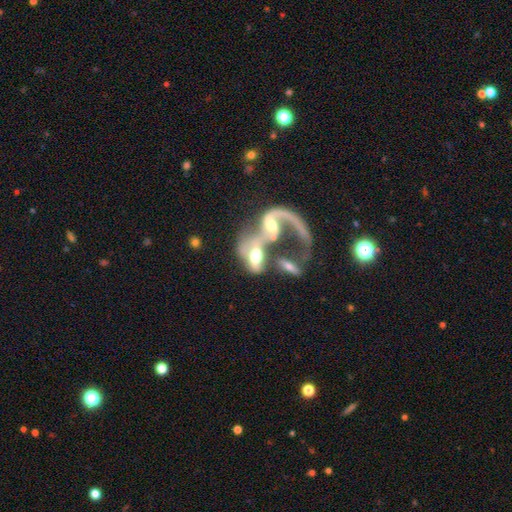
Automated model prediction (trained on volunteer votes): Smooth or featured? Predicted: featured or disk (p=0.57). Edge-on disk? Predicted: no (p=0.90). Bar? Predicted: no (p=0.55). Spiral arms? Predicted: yes (p=0.57). Bulge size? Predicted: moderate (p=0.49). Merging? Predicted: merger (p=0.71).